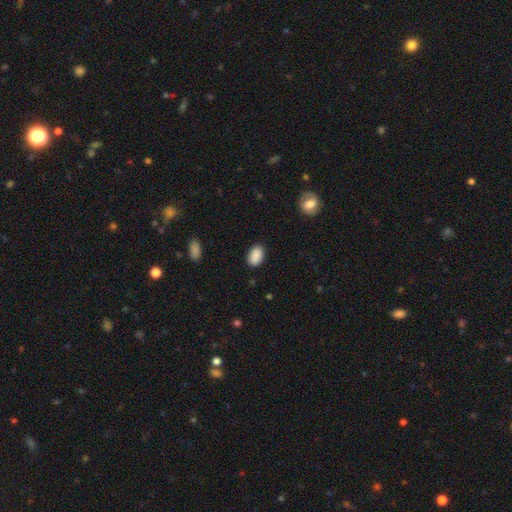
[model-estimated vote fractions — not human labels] A smooth galaxy with no disk features (90%) that is in between round and cigar-shaped (89%). Merging: none (87%).